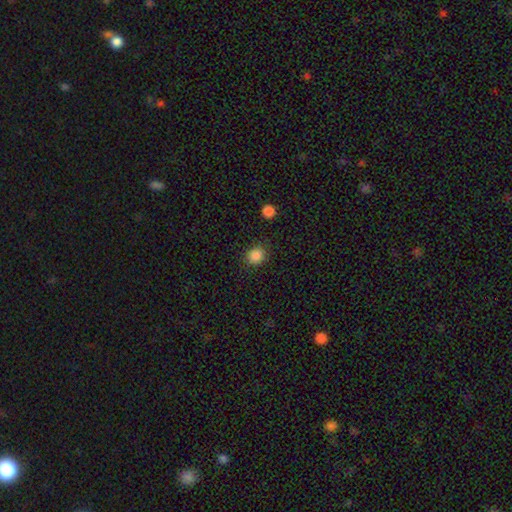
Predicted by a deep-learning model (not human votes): Smooth or featured: smooth — 86% (star or artifact — 11%)
How rounded: round — 73% (in between — 26%)
Merging: none — 86% (minor disturbance — 9%)